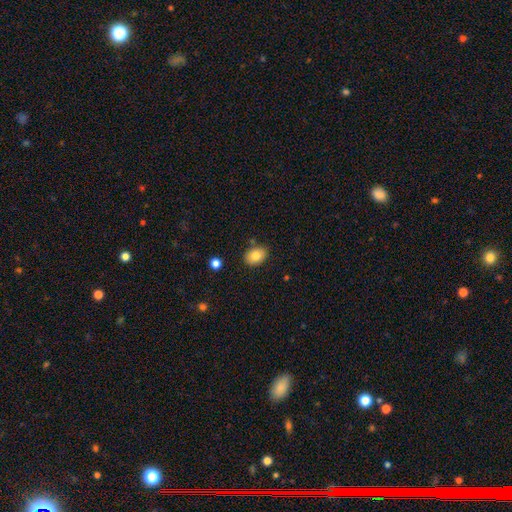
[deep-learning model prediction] Q: Smooth or featured?
A: smooth (81%); runner-up: featured or disk (10%)
Q: How rounded?
A: in between (68%); runner-up: round (31%)
Q: Merging?
A: none (82%); runner-up: minor disturbance (12%)